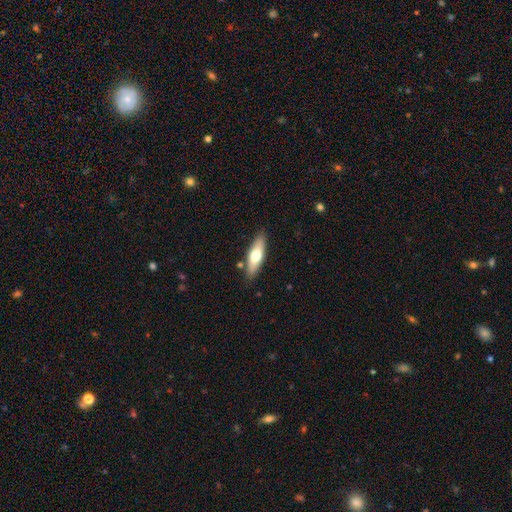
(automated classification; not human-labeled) Smooth or featured: smooth — 62% (featured or disk — 32%)
How rounded: in between — 51% (cigar-shaped — 47%)
Merging: none — 85% (minor disturbance — 10%)